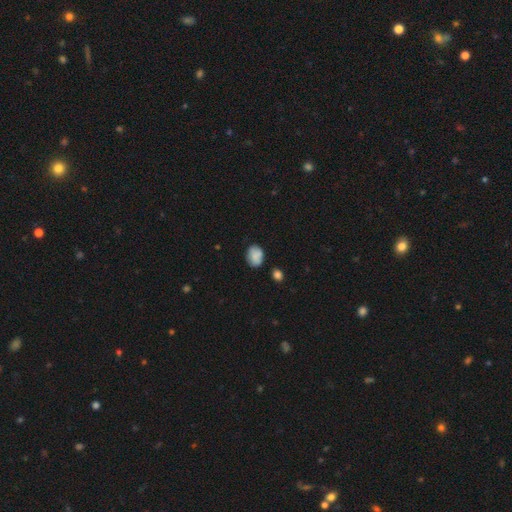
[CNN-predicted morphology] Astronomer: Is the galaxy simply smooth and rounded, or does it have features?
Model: smooth — 81%.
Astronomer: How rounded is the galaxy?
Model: in between — 70%.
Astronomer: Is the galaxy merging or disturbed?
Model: none — 66%.